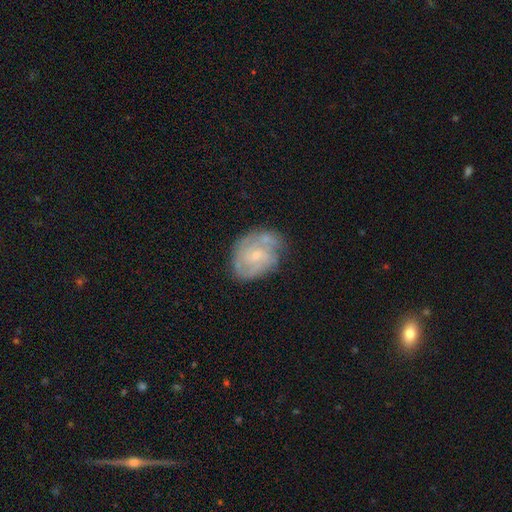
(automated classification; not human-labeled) This is likely a featured or disk galaxy (79%). It is clearly not viewed edge-on (98%). Bar: possibly no (57%). Spiral arm pattern: clearly yes (93%). Spiral arm count: marginally 2 (36%). Spiral winding: possibly tight (56%). Central bulge: likely small (73%). Merging: likely none (67%).